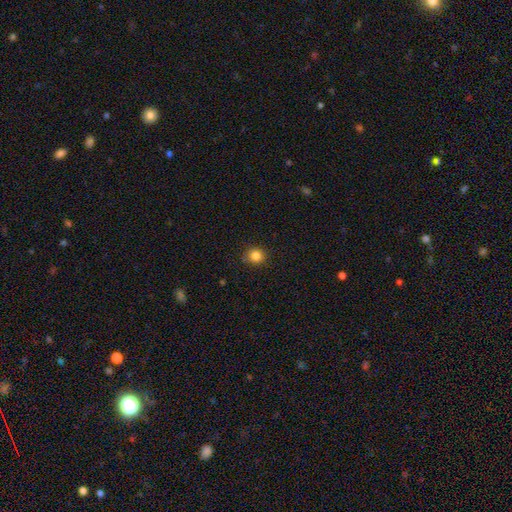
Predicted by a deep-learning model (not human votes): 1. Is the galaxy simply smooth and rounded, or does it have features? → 84% smooth, 11% star or artifact, 4% featured or disk.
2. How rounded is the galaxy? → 88% round, 11% in between, 1% cigar-shaped.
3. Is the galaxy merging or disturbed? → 87% none, 9% minor disturbance, 2% major disturbance, 2% merger.